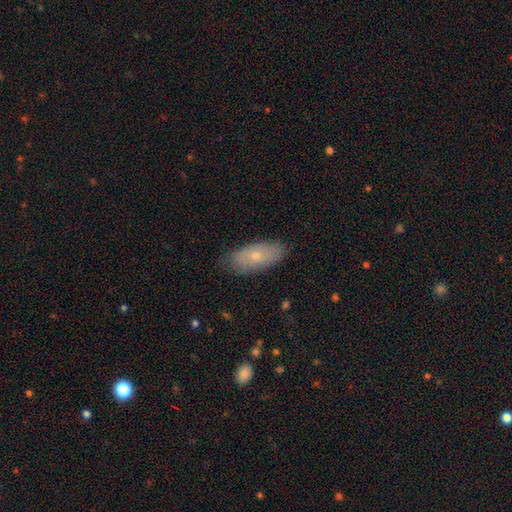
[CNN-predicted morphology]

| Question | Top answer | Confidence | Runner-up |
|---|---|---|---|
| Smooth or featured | smooth | 62% | featured or disk (31%) |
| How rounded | in between | 86% | cigar-shaped (10%) |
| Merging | none | 79% | minor disturbance (16%) |